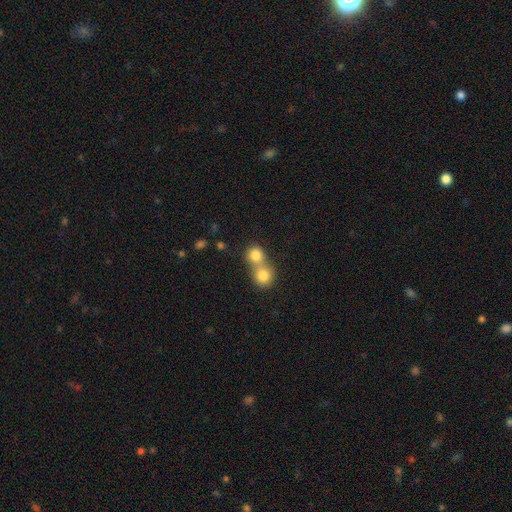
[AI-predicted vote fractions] smooth-or-featured: smooth: 81% | star or artifact: 10% | featured or disk: 9%
  how-rounded: round: 84% | in between: 15% | cigar-shaped: 1%
  merging: merger: 60% | none: 33% | minor disturbance: 5% | major disturbance: 2%